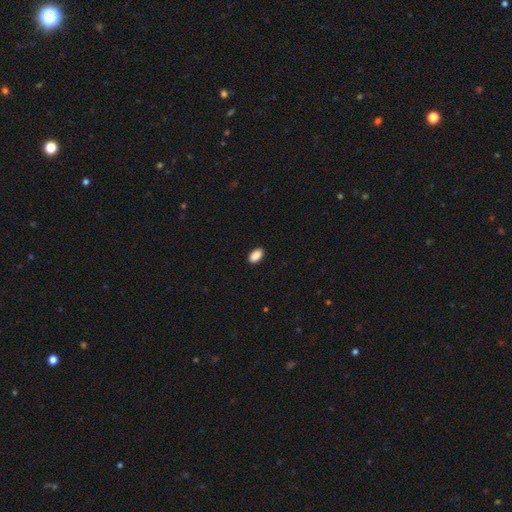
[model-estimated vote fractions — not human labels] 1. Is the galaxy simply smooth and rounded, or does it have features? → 90% smooth, 7% star or artifact, 2% featured or disk.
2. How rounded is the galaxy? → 93% in between, 5% round, 2% cigar-shaped.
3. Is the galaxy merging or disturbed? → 89% none, 8% minor disturbance, 2% major disturbance, 1% merger.